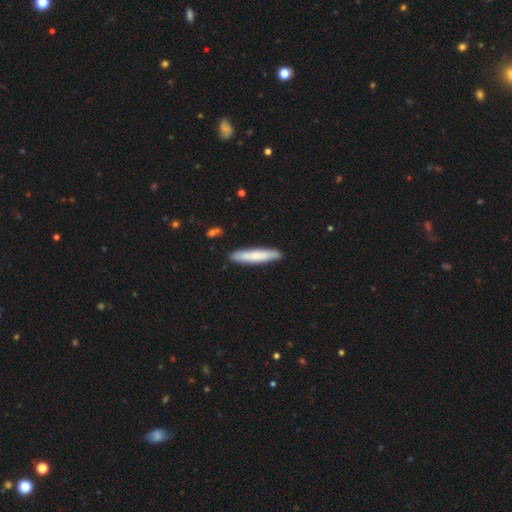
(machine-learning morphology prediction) Overall: smooth (69%). How rounded: cigar-shaped (90%). Merging: none (87%).